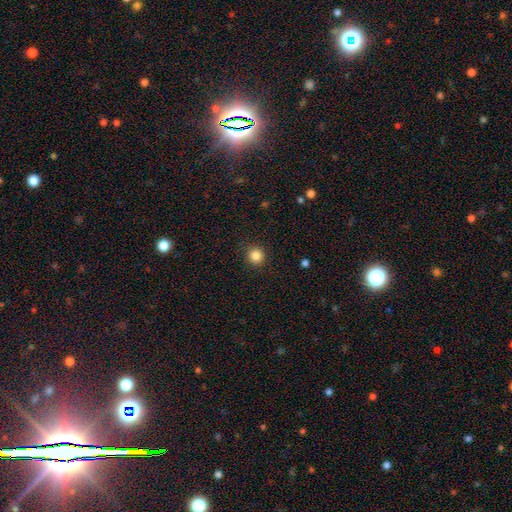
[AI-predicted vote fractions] A smooth galaxy with no disk features (85%) that is round (94%).

Vote fractions:
- Smooth or featured? smooth: 85% / star or artifact: 11% / featured or disk: 4%
- How rounded? round: 94% / in between: 5% / cigar-shaped: 1%
- Merging? none: 91% / minor disturbance: 6% / major disturbance: 2% / merger: 1%